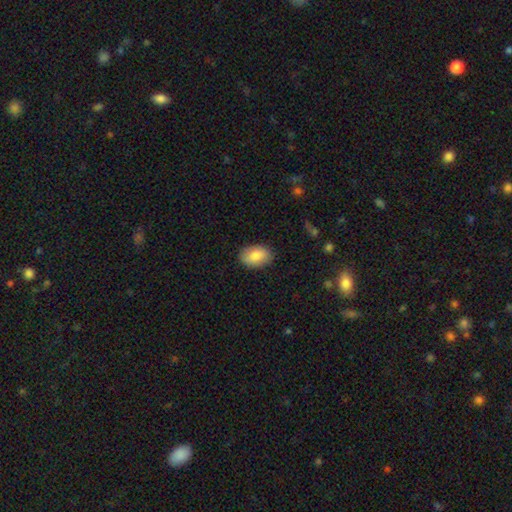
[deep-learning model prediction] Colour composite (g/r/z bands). It shows a smooth galaxy with no disk features (84%) that is in between round and cigar-shaped (87%). Merging: none (86%).